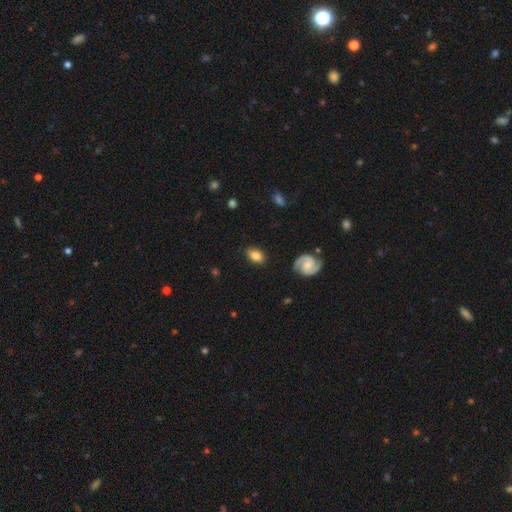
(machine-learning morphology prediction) Smooth or featured? Predicted: smooth (p=0.74). How rounded? Predicted: in between (p=0.86). Merging? Predicted: none (p=0.84).